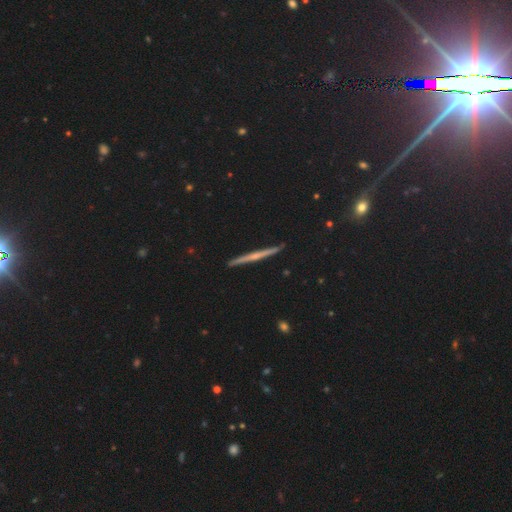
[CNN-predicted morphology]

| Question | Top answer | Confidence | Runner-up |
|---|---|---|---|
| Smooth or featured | featured or disk | 66% | smooth (27%) |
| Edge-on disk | yes | 98% | no (2%) |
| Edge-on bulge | none | 52% | rounded (40%) |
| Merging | none | 92% | minor disturbance (6%) |